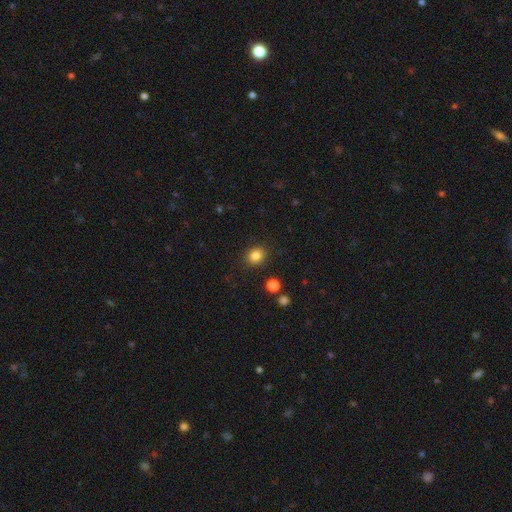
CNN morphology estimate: Overall: smooth (84%). How rounded: round (68%; in between 31%). Merging: none (88%).